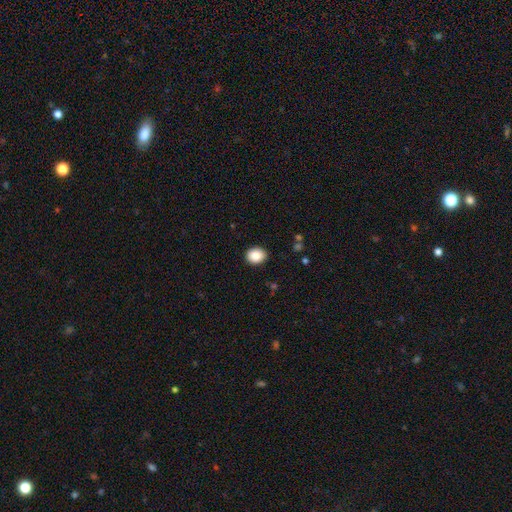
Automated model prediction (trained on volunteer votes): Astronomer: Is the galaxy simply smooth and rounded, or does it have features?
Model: smooth — 88%.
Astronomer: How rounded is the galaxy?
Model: round — 56% (runner-up: in between, 43%).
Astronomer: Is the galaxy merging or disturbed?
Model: none — 90%.